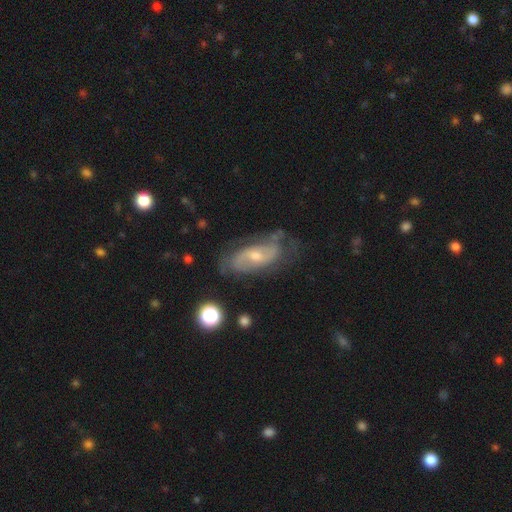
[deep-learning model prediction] Smooth or featured: featured or disk — 78% (smooth — 15%)
Edge-on disk: no — 92% (yes — 8%)
Bar: no — 51% (weak — 39%)
Spiral arms: yes — 90% (no — 10%)
Spiral winding: medium — 45% (tight — 32%)
Spiral arm count: 2 — 68% (can't tell — 21%)
Bulge size: small — 48% (moderate — 47%)
Merging: none — 66% (minor disturbance — 22%)